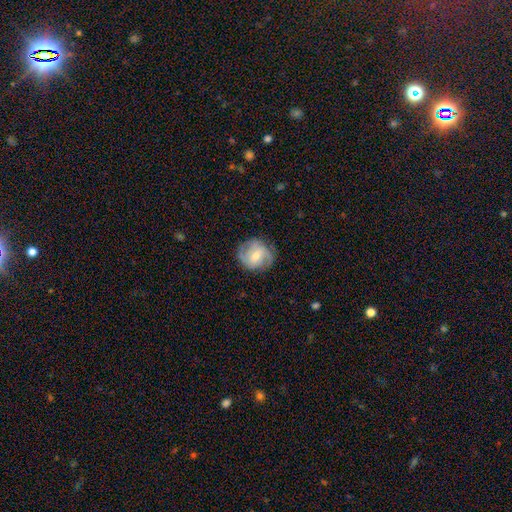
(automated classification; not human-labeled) Smooth or featured? Predicted: featured or disk (p=0.68). Edge-on disk? Predicted: no (p=0.97). Bar? Predicted: weak (p=0.51). Spiral arms? Predicted: yes (p=0.90). Spiral winding? Predicted: medium (p=0.45). Spiral arm count? Predicted: 2 (p=0.57). Bulge size? Predicted: moderate (p=0.53). Merging? Predicted: none (p=0.79).